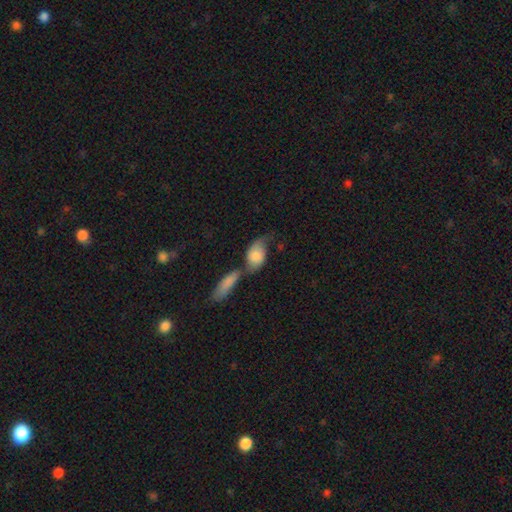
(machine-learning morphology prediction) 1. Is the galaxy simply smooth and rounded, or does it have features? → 64% smooth, 28% featured or disk, 7% star or artifact.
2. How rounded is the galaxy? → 82% in between, 13% round, 5% cigar-shaped.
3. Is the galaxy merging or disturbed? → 41% merger, 29% none, 18% minor disturbance, 12% major disturbance.